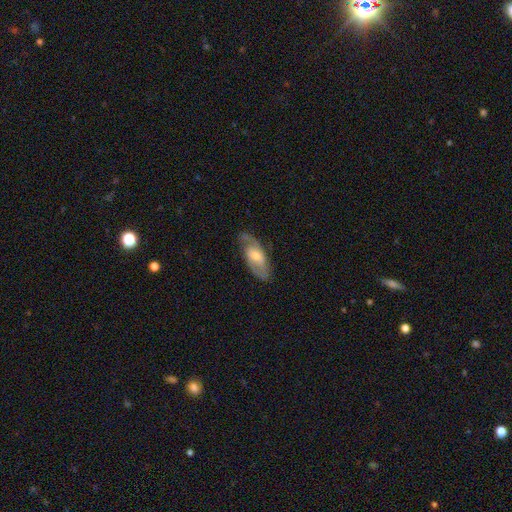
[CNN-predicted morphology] smooth_or_featured: featured or disk (p=0.72) [alt: smooth p=0.23]
disk_edge_on: no (p=0.90) [alt: yes p=0.10]
bar: no (p=0.49) [alt: weak p=0.41]
has_spiral_arms: yes (p=0.88) [alt: no p=0.12]
spiral_winding: medium (p=0.49) [alt: tight p=0.31]
spiral_arm_count: 2 (p=0.81) [alt: can't tell p=0.11]
bulge_size: moderate (p=0.60) [alt: small p=0.29]
merging: none (p=0.78) [alt: minor disturbance p=0.15]